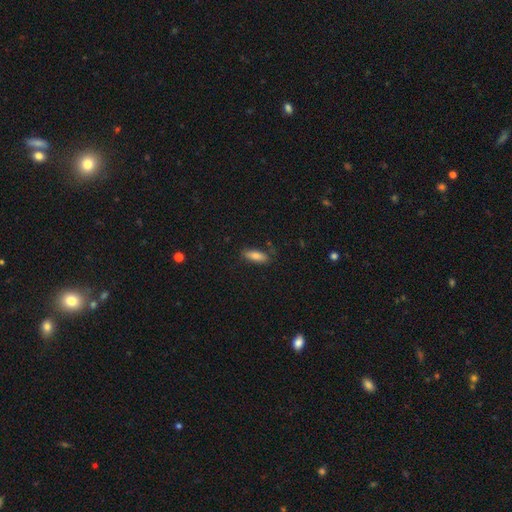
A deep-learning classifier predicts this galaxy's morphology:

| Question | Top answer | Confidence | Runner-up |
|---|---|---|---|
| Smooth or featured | smooth | 80% | featured or disk (12%) |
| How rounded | in between | 64% | cigar-shaped (33%) |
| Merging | none | 81% | minor disturbance (14%) |